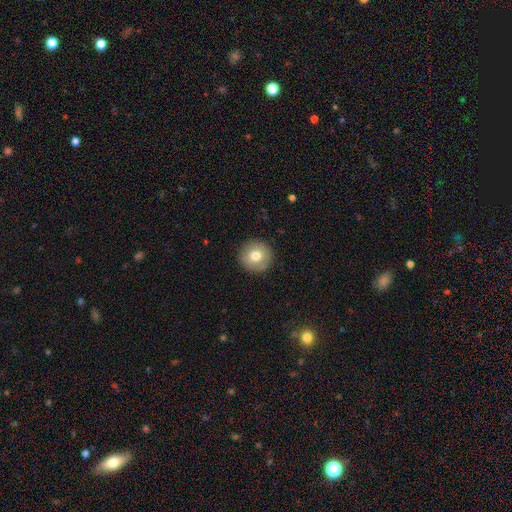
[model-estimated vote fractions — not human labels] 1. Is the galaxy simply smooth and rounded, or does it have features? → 76% smooth, 15% featured or disk, 9% star or artifact.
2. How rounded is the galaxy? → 95% round, 4% in between, 1% cigar-shaped.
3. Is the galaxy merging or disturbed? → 91% none, 6% minor disturbance, 2% major disturbance, 1% merger.